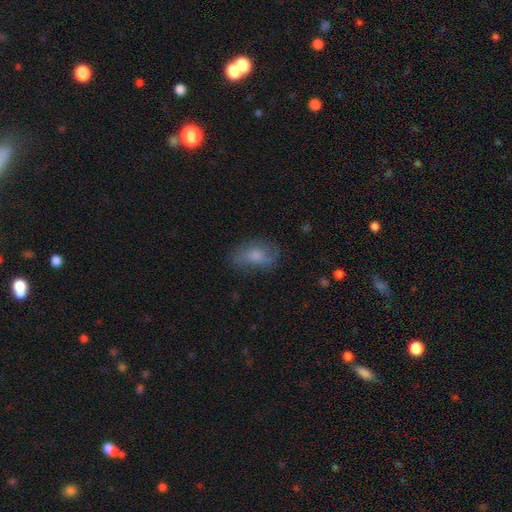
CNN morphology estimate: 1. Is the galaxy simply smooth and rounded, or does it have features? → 62% smooth, 28% featured or disk, 10% star or artifact.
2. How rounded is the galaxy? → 84% in between, 9% round, 8% cigar-shaped.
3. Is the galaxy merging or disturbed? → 55% none, 27% minor disturbance, 15% major disturbance, 2% merger.